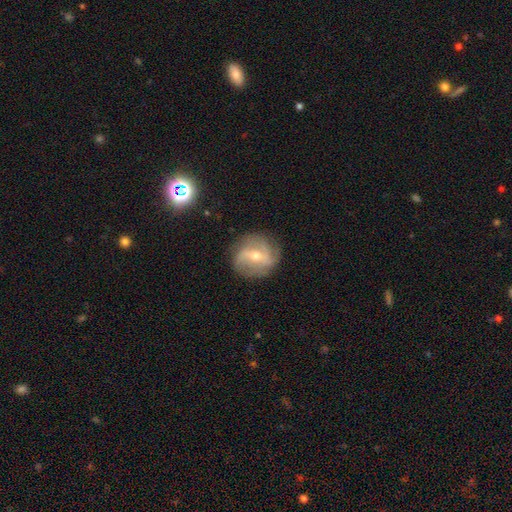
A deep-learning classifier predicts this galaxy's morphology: Overall: featured or disk (78%). Edge-on disk: no (96%). Bar: weak (46%; strong 27%). Spiral arms: yes (91%). Spiral arm count: 2 (35%; 3 29%). Spiral winding: medium (41%; loose 37%). Bulge size: moderate (58%; small 38%). Merging: none (78%).